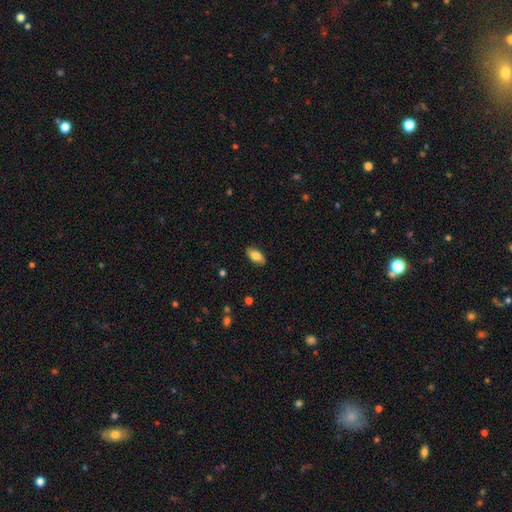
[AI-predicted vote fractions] Q: Smooth or featured?
A: smooth (79%); runner-up: featured or disk (14%)
Q: How rounded?
A: in between (90%); runner-up: cigar-shaped (6%)
Q: Merging?
A: none (85%); runner-up: minor disturbance (12%)